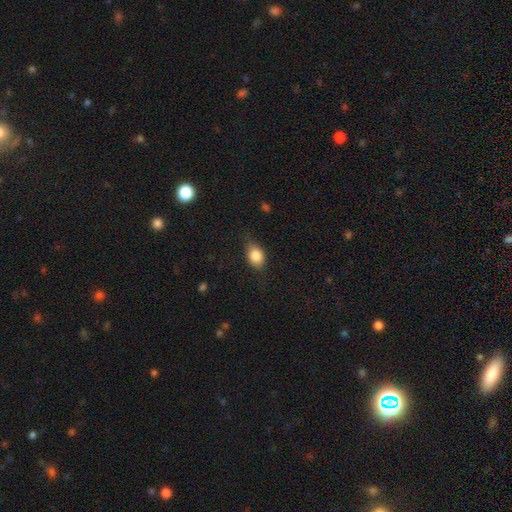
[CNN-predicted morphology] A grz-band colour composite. It shows a smooth galaxy with no disk features (83%) that is in between round and cigar-shaped (72%). Merging: none (68%).